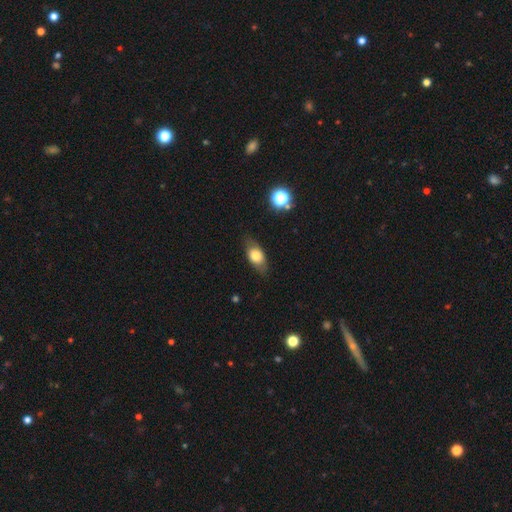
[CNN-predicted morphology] Smooth or featured: smooth — 70% (featured or disk — 22%)
How rounded: in between — 81% (round — 11%)
Merging: none — 77% (minor disturbance — 17%)